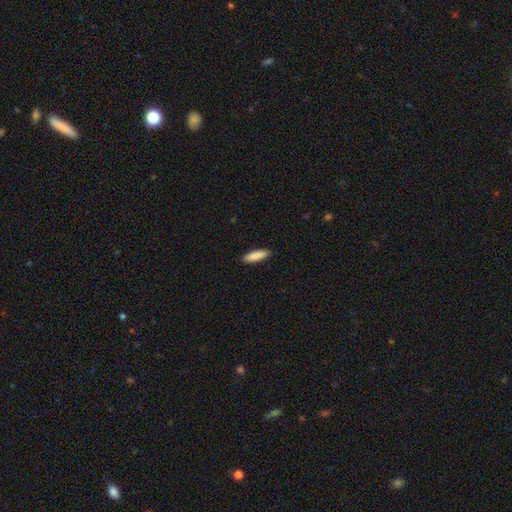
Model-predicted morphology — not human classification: Smooth or featured: smooth — 88% (featured or disk — 6%)
How rounded: cigar-shaped — 67% (in between — 31%)
Merging: none — 90% (minor disturbance — 7%)